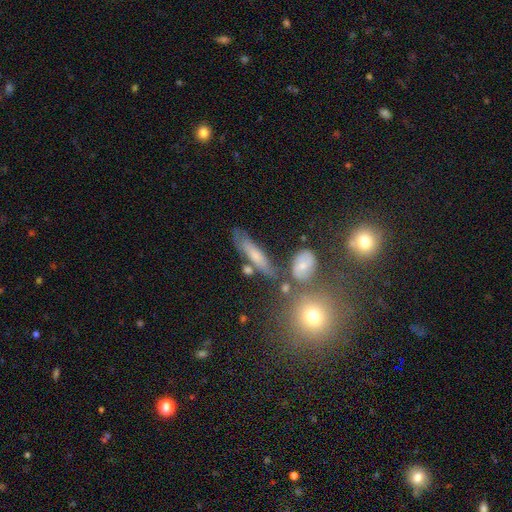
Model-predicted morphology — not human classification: Smooth or featured?
  - smooth: 57% *
  - featured or disk: 31%
  - star or artifact: 12%
How rounded?
  - cigar-shaped: 72% *
  - in between: 22%
  - round: 6%
Merging?
  - none: 65% *
  - minor disturbance: 17%
  - merger: 12%
  - major disturbance: 6%